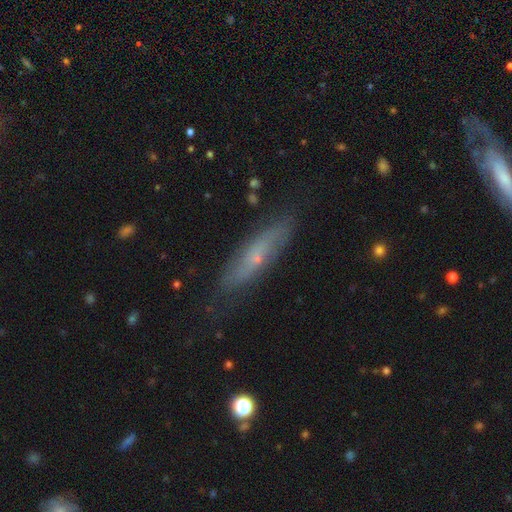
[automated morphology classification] featured or disk 51%, smooth 42%, star or artifact 8%. Down the decision tree: edge-on disk — yes (50%, tied with no); merging — none (77%).